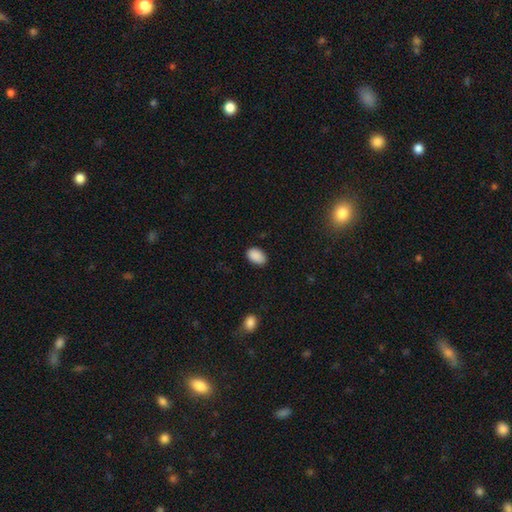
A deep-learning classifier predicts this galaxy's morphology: smooth 90%, star or artifact 8%, featured or disk 3%. Down the decision tree: how rounded — in between (89%); merging — none (84%).